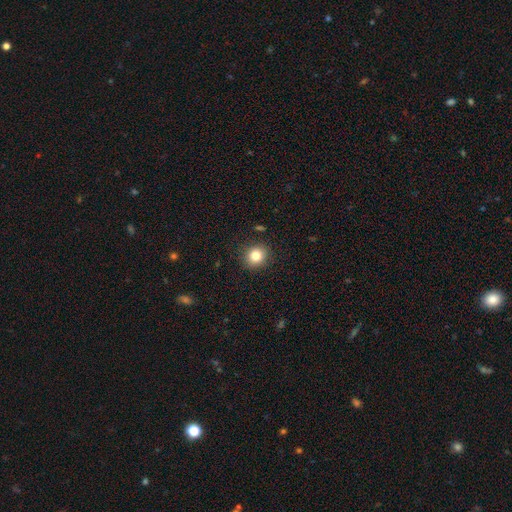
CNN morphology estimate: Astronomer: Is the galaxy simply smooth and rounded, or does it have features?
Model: smooth — 82%.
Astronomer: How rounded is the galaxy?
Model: round — 83%.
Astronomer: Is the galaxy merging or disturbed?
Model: none — 89%.